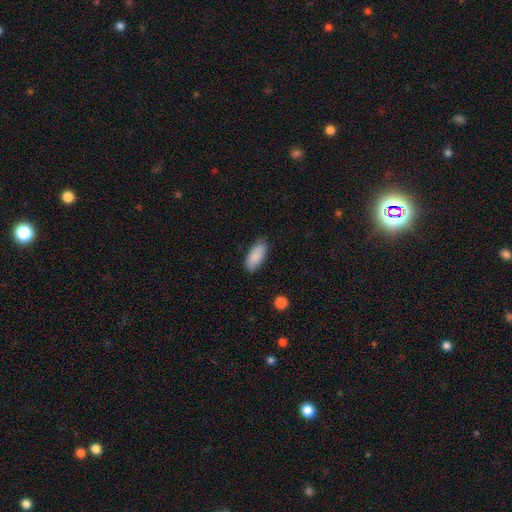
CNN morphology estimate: Overall: smooth (89%). How rounded: in between (84%). Merging: none (84%).